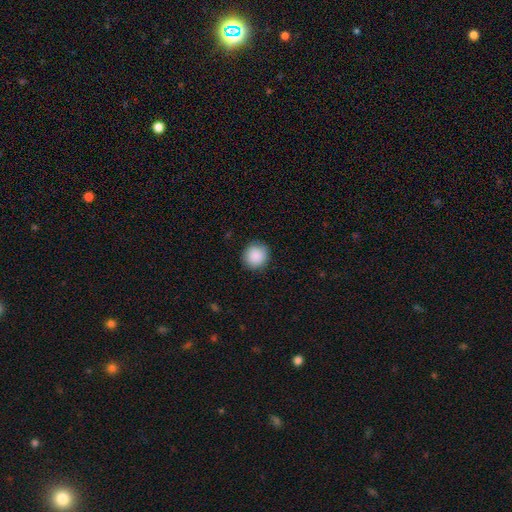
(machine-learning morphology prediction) smooth-or-featured: smooth: 88% | star or artifact: 7% | featured or disk: 4%
  how-rounded: round: 88% | in between: 11% | cigar-shaped: 1%
  merging: none: 87% | minor disturbance: 9% | major disturbance: 2% | merger: 1%